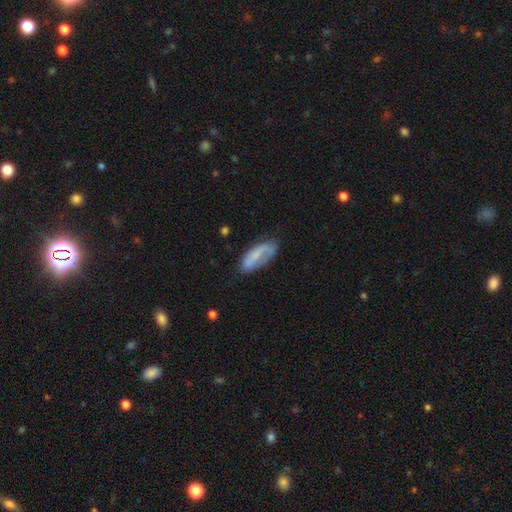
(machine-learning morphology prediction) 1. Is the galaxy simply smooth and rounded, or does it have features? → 60% smooth, 33% featured or disk, 8% star or artifact.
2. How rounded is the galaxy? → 76% in between, 22% cigar-shaped, 2% round.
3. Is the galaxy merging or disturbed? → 53% none, 29% minor disturbance, 14% major disturbance, 3% merger.